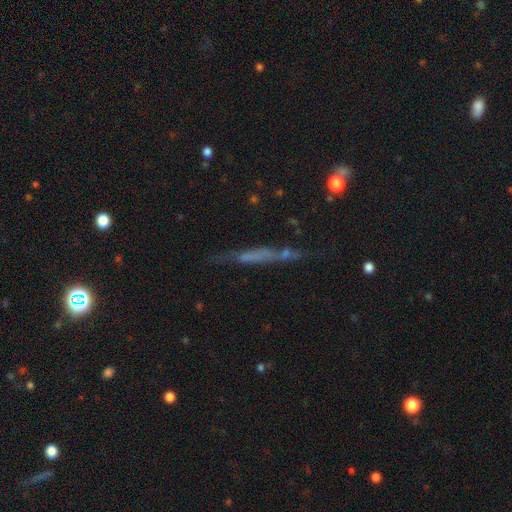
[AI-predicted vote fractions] The model was most divided on "smooth or featured": featured or disk: 46%, smooth: 39%, star or artifact: 15%. More confident: merging — none (62%).